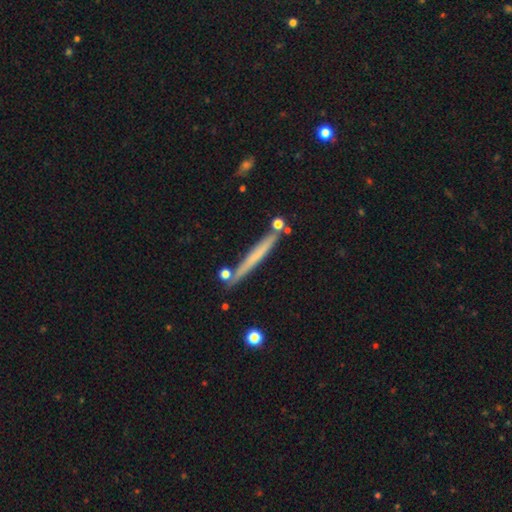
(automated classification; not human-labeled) This is possibly a smooth galaxy (54%). How rounded: clearly cigar-shaped (96%). Merging: clearly none (82%).